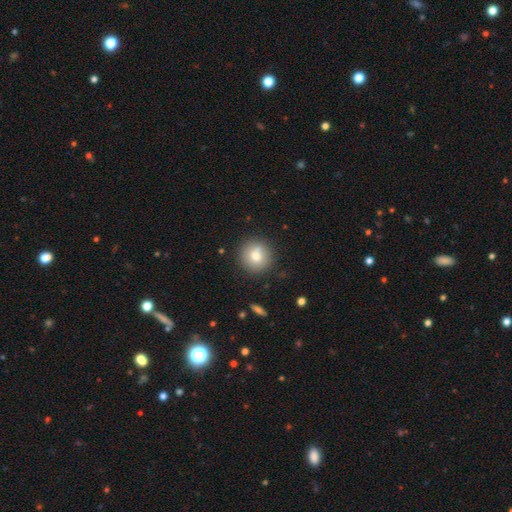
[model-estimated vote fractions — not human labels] Smooth or featured? smooth (77%)
How rounded? round (93%)
Merging? none (82%)